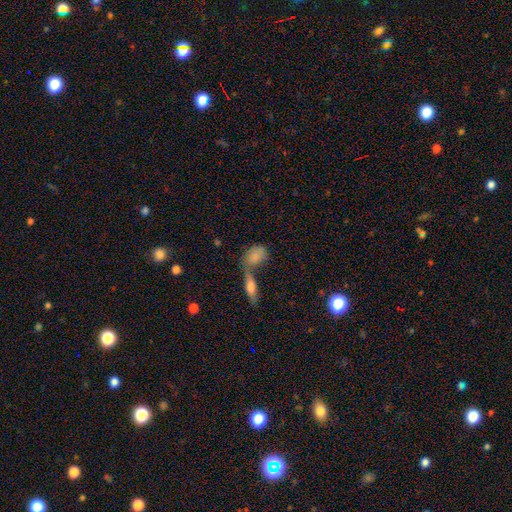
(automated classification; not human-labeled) Smooth or featured? smooth (80%)
How rounded? in between (81%)
Merging? merger (46%)